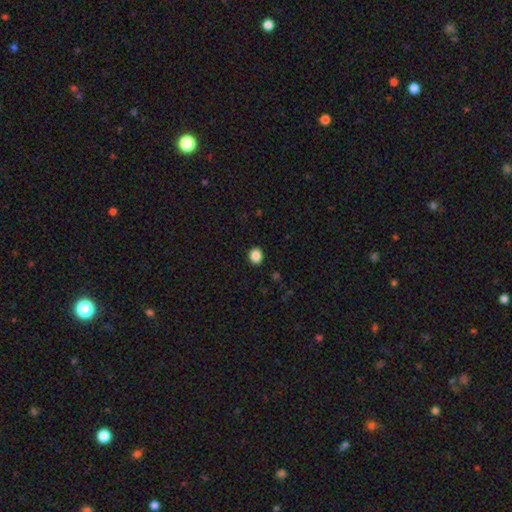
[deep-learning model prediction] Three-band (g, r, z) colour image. It shows a smooth galaxy with no disk features (87%) that is round (76%). Merging: none (92%).